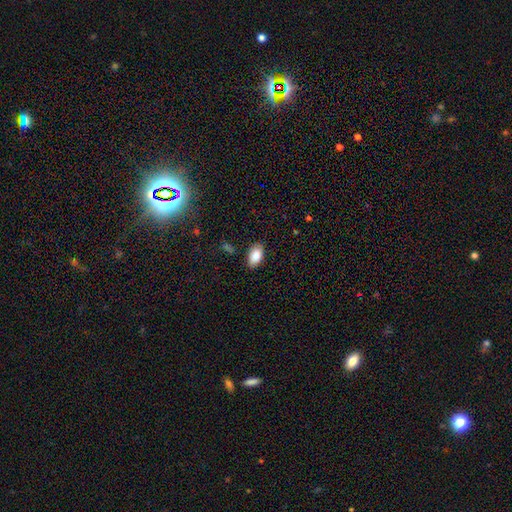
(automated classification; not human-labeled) Smooth or featured? smooth (87%)
How rounded? in between (93%)
Merging? none (86%)